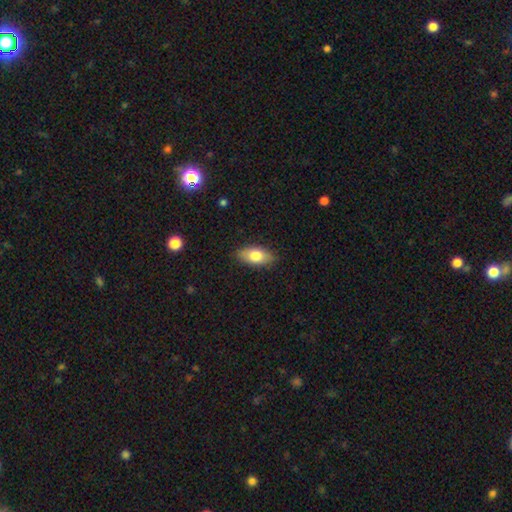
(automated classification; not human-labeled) Overall: smooth (78%). How rounded: in between (89%). Merging: none (87%).